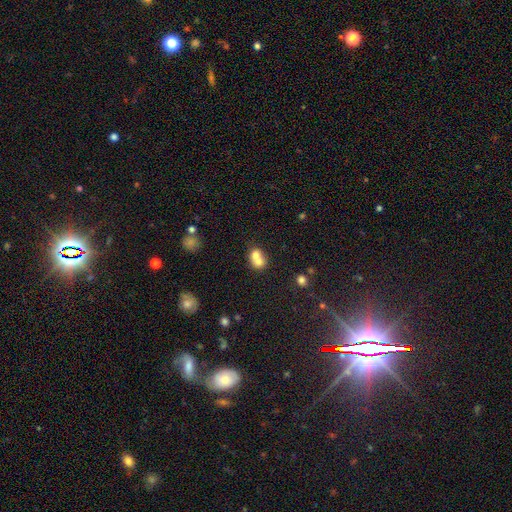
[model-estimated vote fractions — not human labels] Overall: smooth (69%). How rounded: round (61%; in between 38%). Merging: merger (69%).